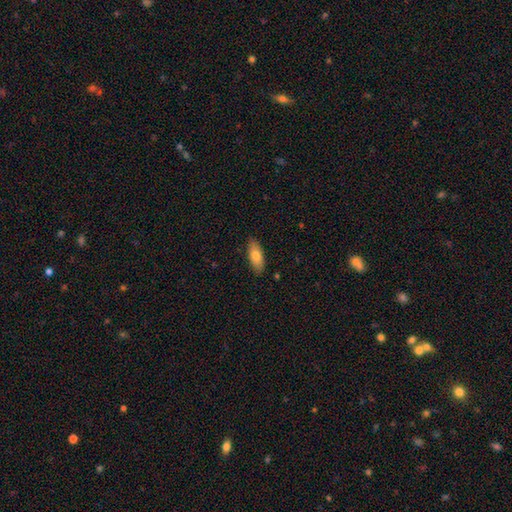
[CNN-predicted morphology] This is likely a smooth galaxy (78%). How rounded: likely in between (76%). Merging: clearly none (87%).